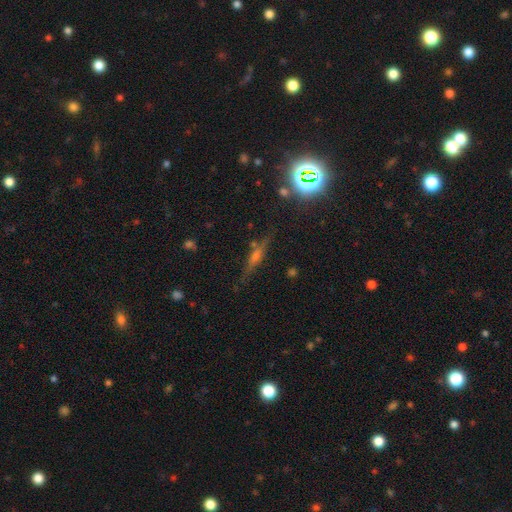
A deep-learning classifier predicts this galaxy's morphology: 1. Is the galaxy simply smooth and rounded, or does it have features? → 52% featured or disk, 25% smooth, 23% star or artifact.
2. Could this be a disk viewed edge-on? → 91% yes, 9% no.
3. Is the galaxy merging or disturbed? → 80% none, 13% minor disturbance, 4% major disturbance, 3% merger.